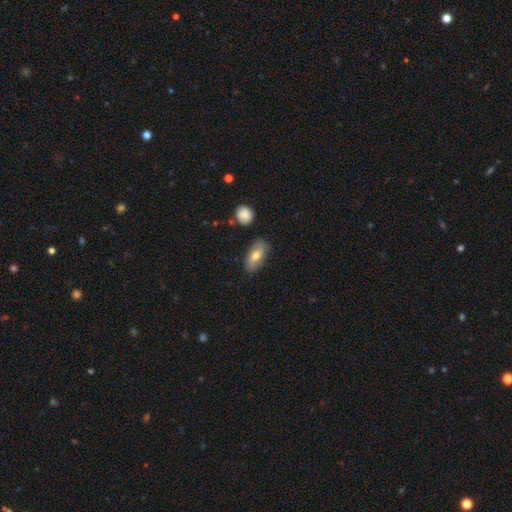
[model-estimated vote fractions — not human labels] This is likely a smooth galaxy (72%). How rounded: clearly in between (86%). Merging: clearly none (82%).